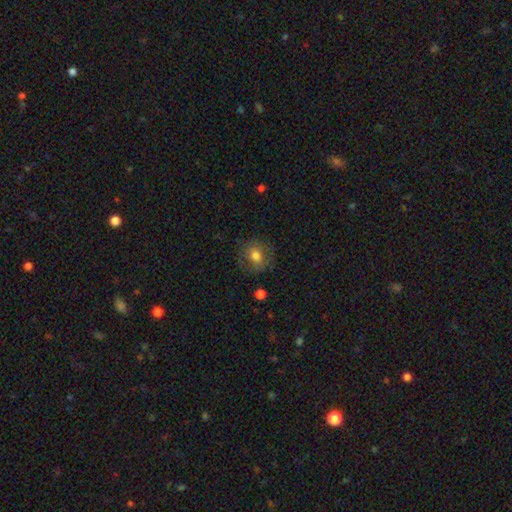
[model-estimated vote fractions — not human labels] This is likely a smooth galaxy (73%). How rounded: likely round (77%). Merging: likely none (78%).